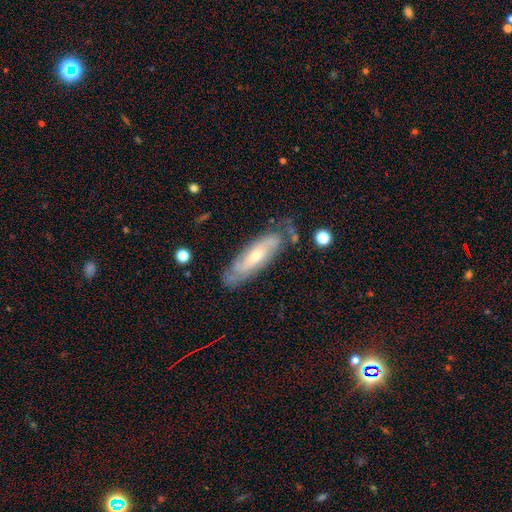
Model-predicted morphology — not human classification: The model was most divided on "bulge size": small: 52%, moderate: 44%, large: 2%, none: 1%, dominant: 1%. More confident: spiral arms — yes (83%); edge-on disk — no (77%); smooth or featured — featured or disk (70%); merging — none (68%); bar — no (62%).